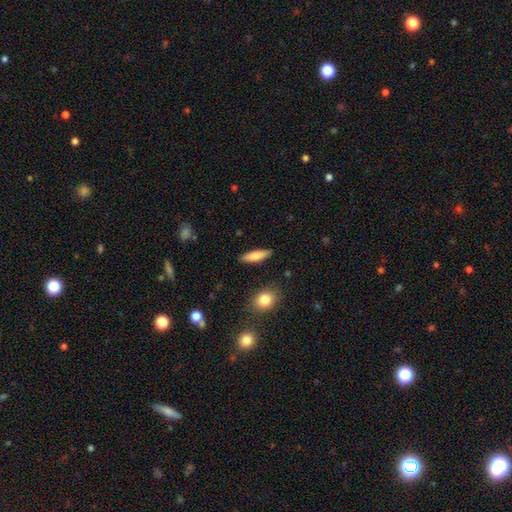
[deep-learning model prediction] The model was most divided on "how rounded": cigar-shaped: 61%, in between: 37%, round: 2%. More confident: merging — none (88%); smooth or featured — smooth (79%).